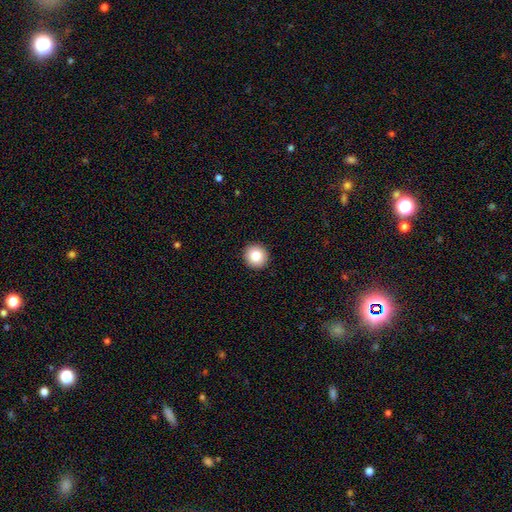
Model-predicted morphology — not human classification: smooth-or-featured: smooth: 83% | star or artifact: 9% | featured or disk: 7%
  how-rounded: round: 93% | in between: 6% | cigar-shaped: 1%
  merging: none: 93% | minor disturbance: 5% | major disturbance: 1% | merger: 1%